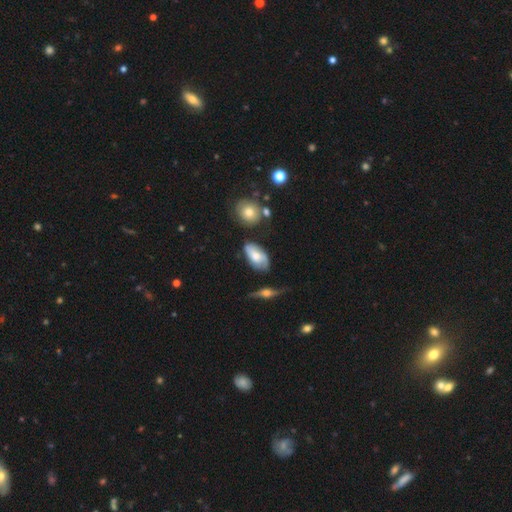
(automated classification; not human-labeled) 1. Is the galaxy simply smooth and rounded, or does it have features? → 53% smooth, 39% featured or disk, 8% star or artifact.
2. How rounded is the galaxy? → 91% in between, 6% round, 4% cigar-shaped.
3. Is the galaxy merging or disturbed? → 53% none, 28% minor disturbance, 11% major disturbance, 7% merger.